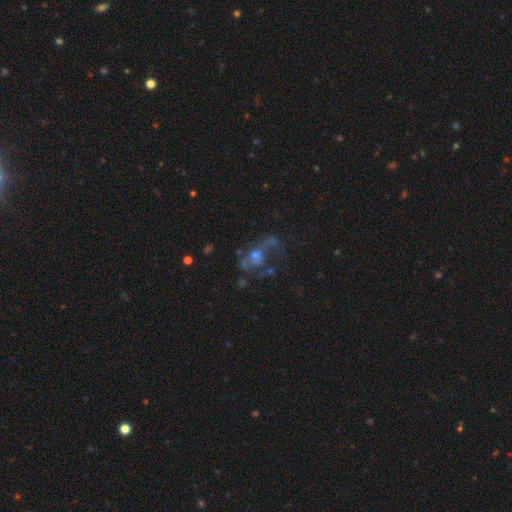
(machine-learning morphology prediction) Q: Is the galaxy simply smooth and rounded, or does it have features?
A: featured or disk — 60%.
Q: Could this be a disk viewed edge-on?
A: no — 94%.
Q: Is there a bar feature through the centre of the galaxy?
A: no — 81%.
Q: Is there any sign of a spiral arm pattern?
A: no — 53%.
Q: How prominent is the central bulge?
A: small — 46%.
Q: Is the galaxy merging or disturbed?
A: major disturbance — 41%.